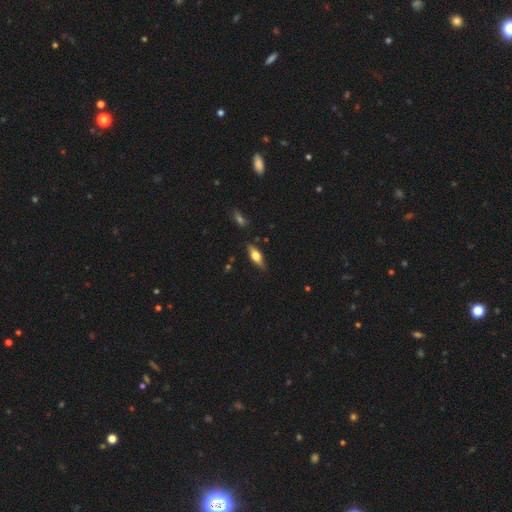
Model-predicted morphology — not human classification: smooth_or_featured: smooth (p=0.57) [alt: featured or disk p=0.36]
how_rounded: in between (p=0.69) [alt: cigar-shaped p=0.28]
merging: none (p=0.81) [alt: minor disturbance p=0.14]